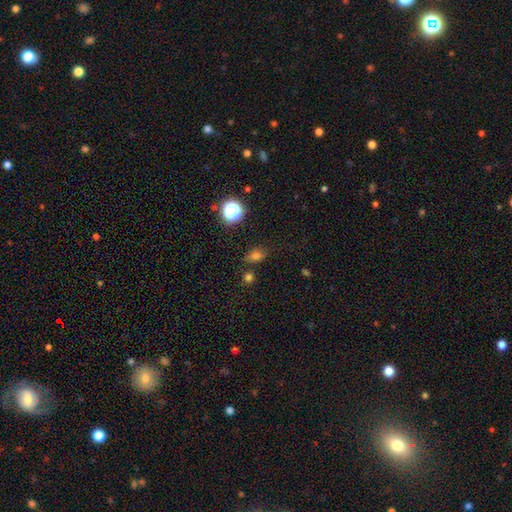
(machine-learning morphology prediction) smooth 73%, star or artifact 20%, featured or disk 7%. Down the decision tree: how rounded — in between (63%); merging — none (72%).